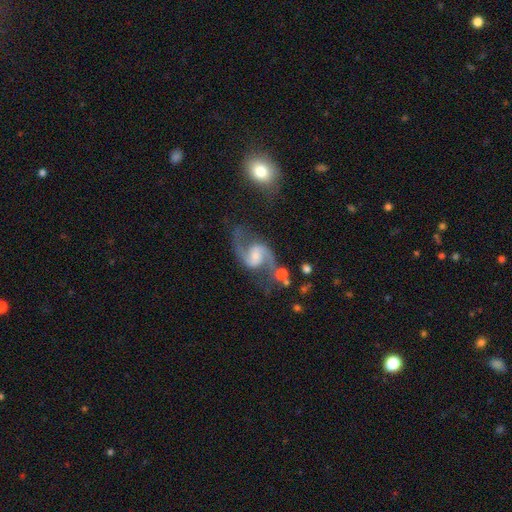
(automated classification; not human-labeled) featured or disk 90%, star or artifact 5%, smooth 5%. Down the decision tree: edge-on disk — no (98%); bar — weak (47%); spiral arms — yes (97%); spiral arm count — 2 (94%); spiral winding — loose (54%); bulge size — small (48%); merging — none (64%).